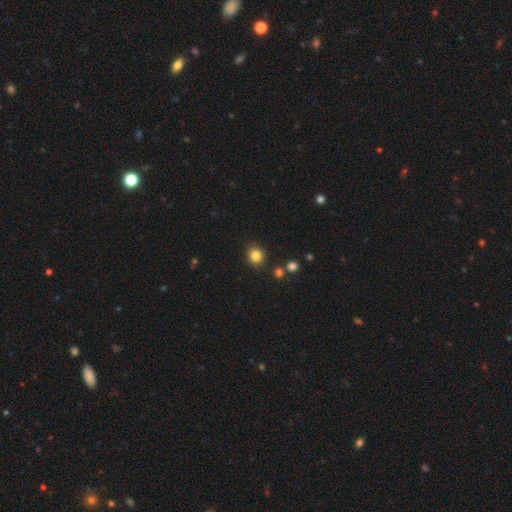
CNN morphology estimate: Smooth or featured? smooth (84%)
How rounded? round (79%)
Merging? none (86%)